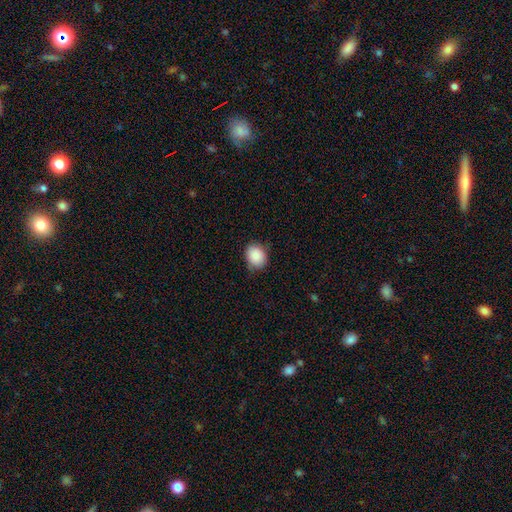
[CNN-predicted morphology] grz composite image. It shows a smooth galaxy with no disk features (88%) that is round (57%). Merging: none (81%).